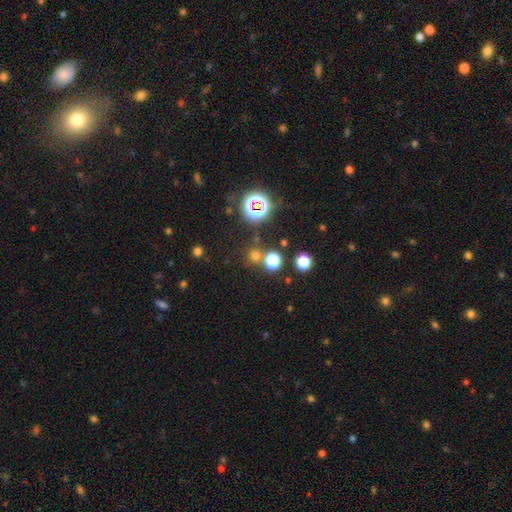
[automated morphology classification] smooth_or_featured: smooth (p=0.59) [alt: star or artifact p=0.34]
how_rounded: round (p=0.90) [alt: in between p=0.09]
merging: none (p=0.73) [alt: merger p=0.15]